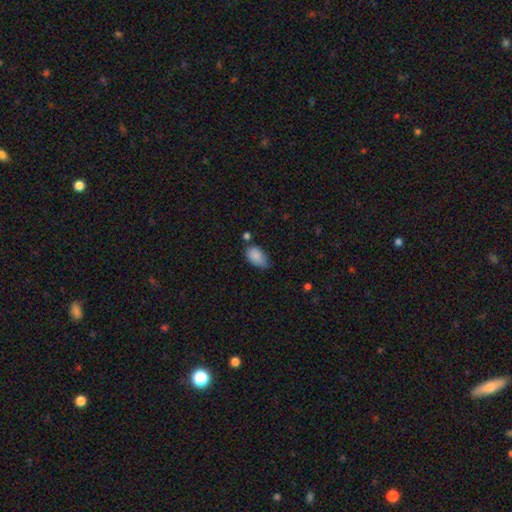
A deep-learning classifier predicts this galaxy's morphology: Q: Smooth or featured?
A: smooth (85%); runner-up: star or artifact (8%)
Q: How rounded?
A: in between (89%); runner-up: round (9%)
Q: Merging?
A: none (42%); tied with: minor disturbance (42%)